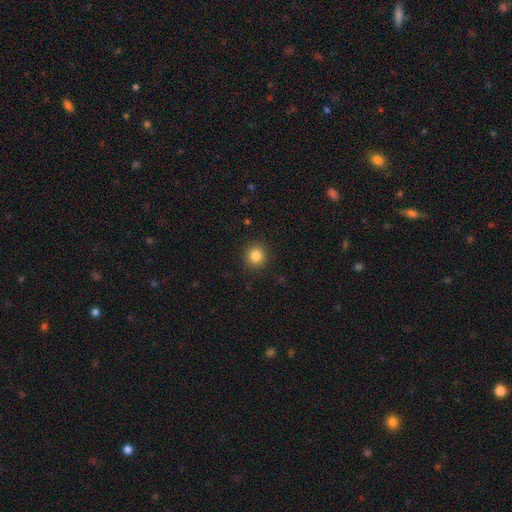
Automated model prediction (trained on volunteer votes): Smooth or featured?
  - smooth: 85% *
  - star or artifact: 11%
  - featured or disk: 4%
How rounded?
  - round: 91% *
  - in between: 8%
  - cigar-shaped: 1%
Merging?
  - none: 91% *
  - minor disturbance: 6%
  - major disturbance: 2%
  - merger: 1%